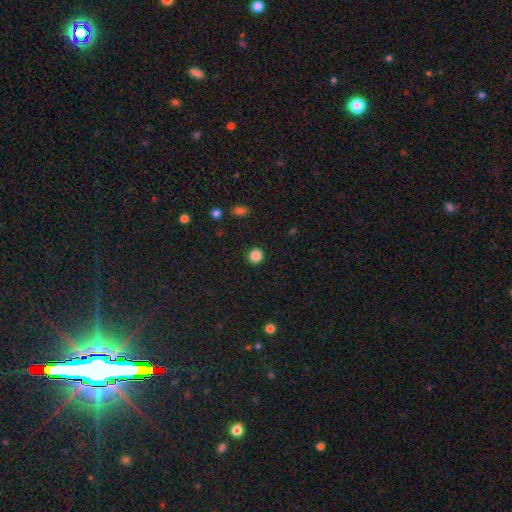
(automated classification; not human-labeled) smooth 86%, star or artifact 11%, featured or disk 3%. Down the decision tree: how rounded — round (93%); merging — none (92%).